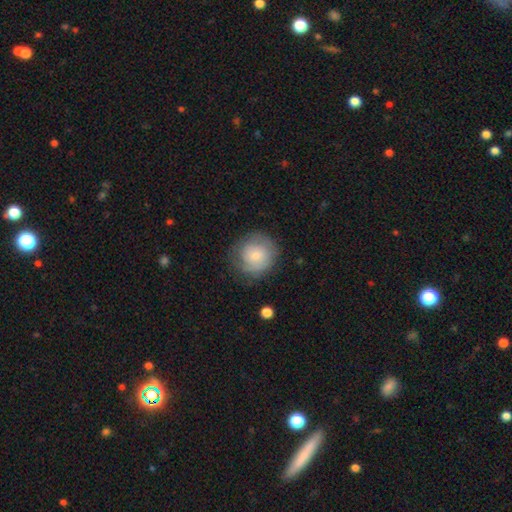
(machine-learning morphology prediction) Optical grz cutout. It shows a smooth galaxy with no disk features (60%) that is round (90%). Merging: none (73%).